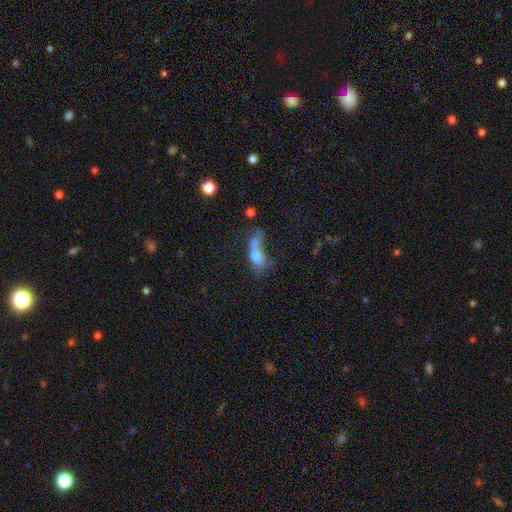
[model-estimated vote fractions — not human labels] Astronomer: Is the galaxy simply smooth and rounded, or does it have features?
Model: smooth — 64%.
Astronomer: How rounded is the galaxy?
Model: in between — 67%.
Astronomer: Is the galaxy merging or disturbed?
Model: merger — 64%.